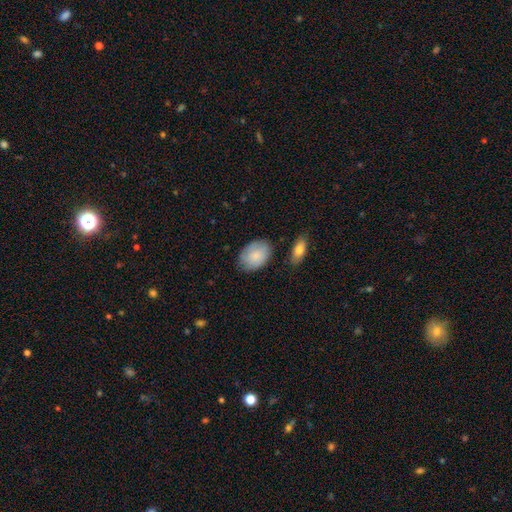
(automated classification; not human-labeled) Morphology: type=smooth (79%); roundness=in between (84%); merging=none (74%).